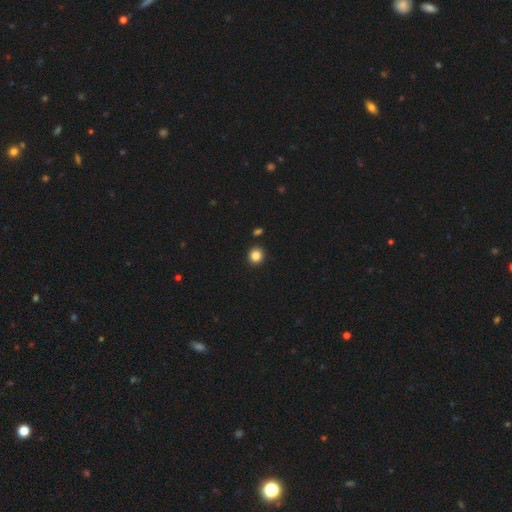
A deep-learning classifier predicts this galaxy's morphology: Q: Smooth or featured?
A: smooth (86%); runner-up: star or artifact (11%)
Q: How rounded?
A: round (88%); runner-up: in between (11%)
Q: Merging?
A: none (90%); runner-up: minor disturbance (6%)